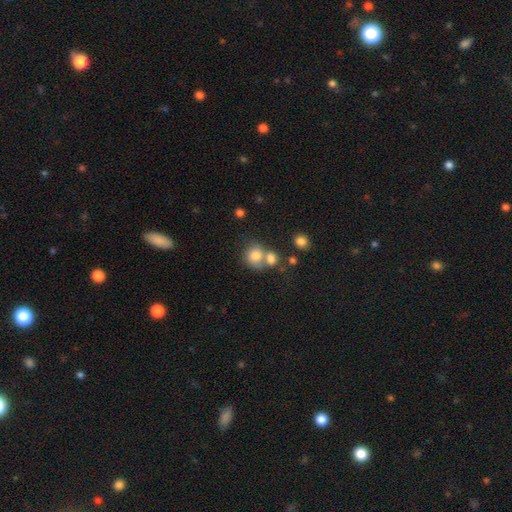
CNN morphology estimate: type=smooth (78%); roundness=round (75%); merging=merger (49%).